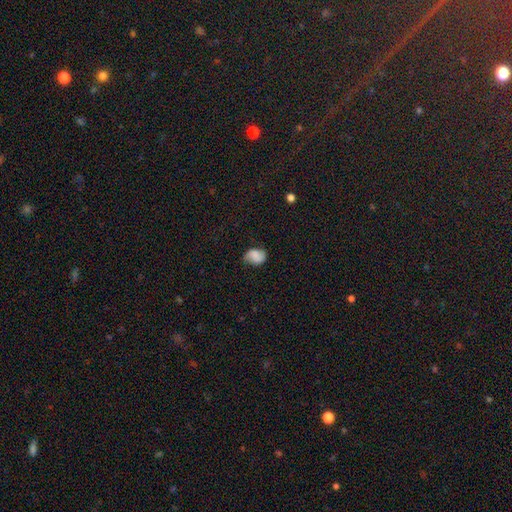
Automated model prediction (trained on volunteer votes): Smooth or featured? smooth (66%)
How rounded? in between (66%)
Merging? none (59%)